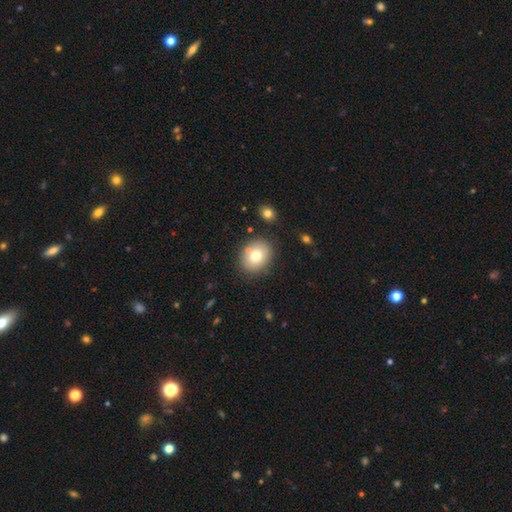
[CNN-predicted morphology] smooth_or_featured: smooth (p=0.75) [alt: featured or disk p=0.15]
how_rounded: round (p=0.55) [alt: in between p=0.45]
merging: none (p=0.80) [alt: minor disturbance p=0.11]